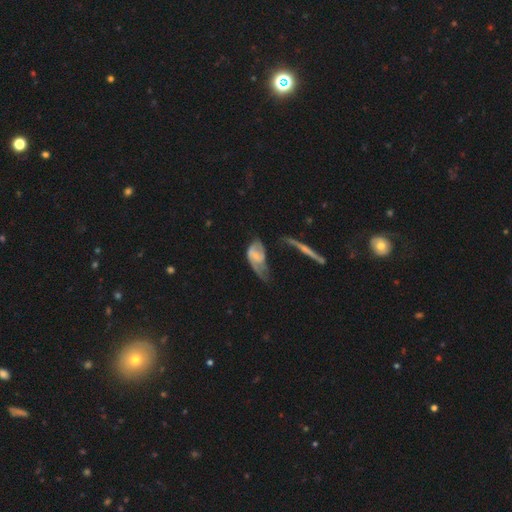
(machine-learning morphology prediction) Smooth or featured? Predicted: featured or disk (p=0.59). Edge-on disk? Predicted: no (p=0.92). Bar? Predicted: no (p=0.44). Spiral arms? Predicted: yes (p=0.73). Bulge size? Predicted: none (p=0.45). Merging? Predicted: major disturbance (p=0.40).